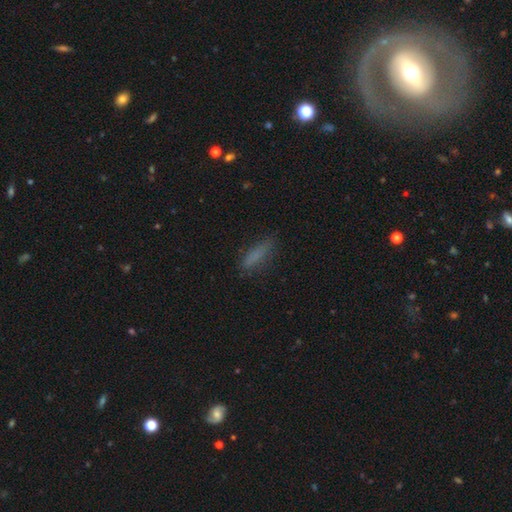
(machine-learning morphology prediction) A smooth galaxy with no disk features (77%) that is cigar-shaped (71%). Merging: none (78%).